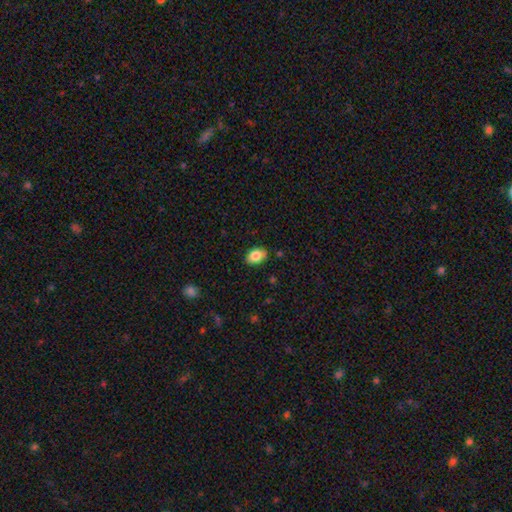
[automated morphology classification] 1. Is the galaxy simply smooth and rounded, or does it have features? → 84% smooth, 8% star or artifact, 8% featured or disk.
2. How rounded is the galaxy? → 83% in between, 16% round, 1% cigar-shaped.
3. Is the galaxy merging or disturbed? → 86% none, 11% minor disturbance, 2% major disturbance, 1% merger.